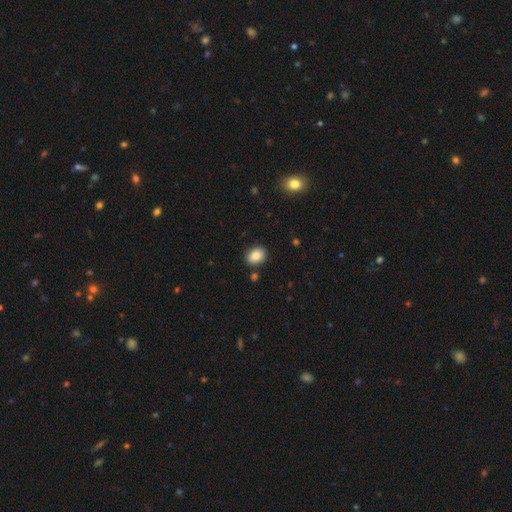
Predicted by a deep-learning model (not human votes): Smooth or featured? Predicted: smooth (p=0.86). How rounded? Predicted: in between (p=0.59). Merging? Predicted: none (p=0.86).